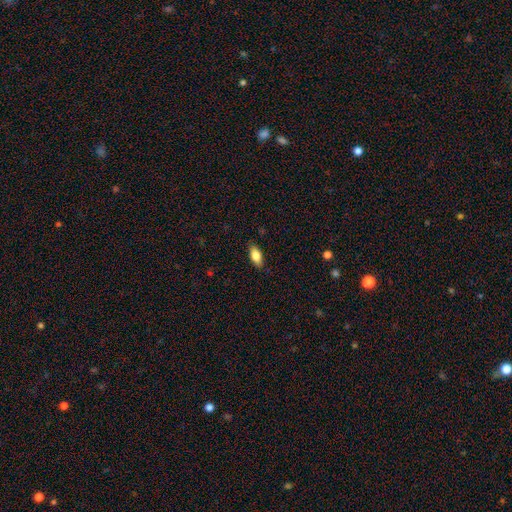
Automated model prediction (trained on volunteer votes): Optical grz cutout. It shows a smooth galaxy with no disk features (83%) that is in between round and cigar-shaped (88%). Merging: none (86%).